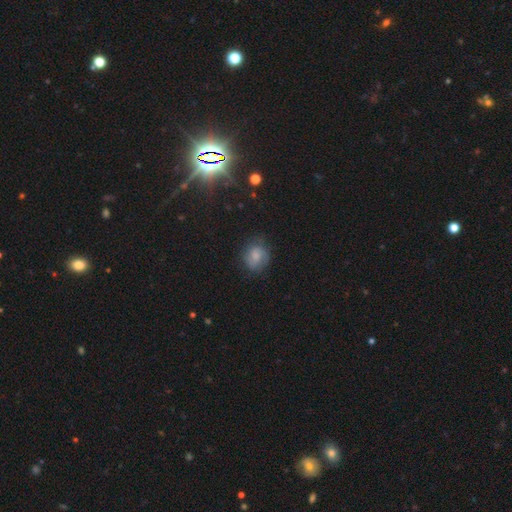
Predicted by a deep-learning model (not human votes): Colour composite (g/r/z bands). It shows a smooth galaxy with no disk features (65%) that is round (69%). Merging: none (69%).